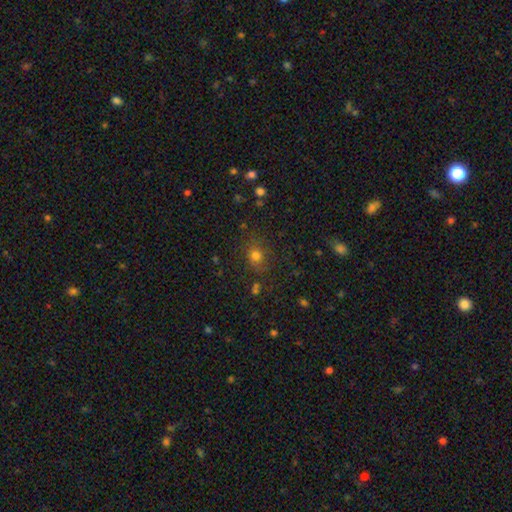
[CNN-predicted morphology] The model was most divided on "how rounded": round: 73%, in between: 25%, cigar-shaped: 1%. More confident: merging — none (78%); smooth or featured — smooth (74%).